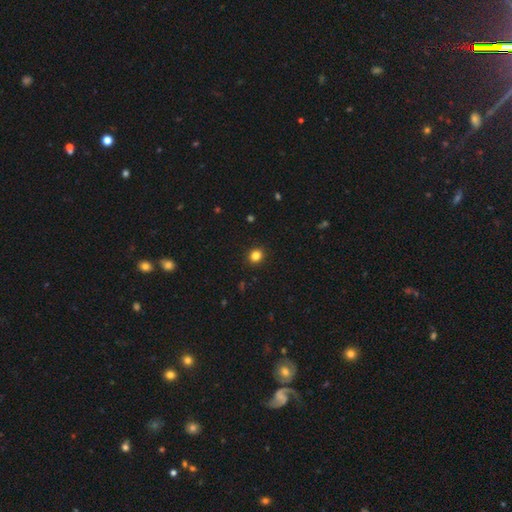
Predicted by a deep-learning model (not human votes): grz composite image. It shows a smooth galaxy with no disk features (84%) that is round (78%). Merging: none (92%).